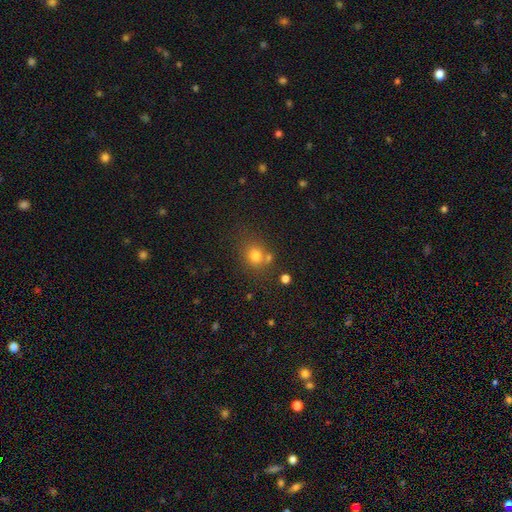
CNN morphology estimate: smooth 75%, star or artifact 17%, featured or disk 8%. Down the decision tree: how rounded — round (77%); merging — none (66%).